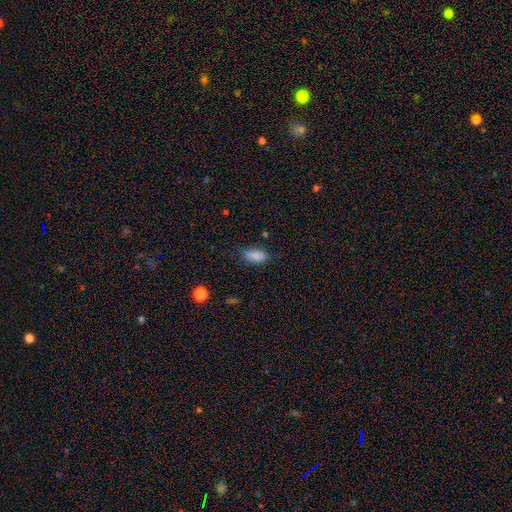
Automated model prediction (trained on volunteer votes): Smooth or featured?
  - smooth: 86% *
  - star or artifact: 8%
  - featured or disk: 5%
How rounded?
  - in between: 87% *
  - cigar-shaped: 10%
  - round: 3%
Merging?
  - none: 78% *
  - minor disturbance: 16%
  - major disturbance: 4%
  - merger: 2%